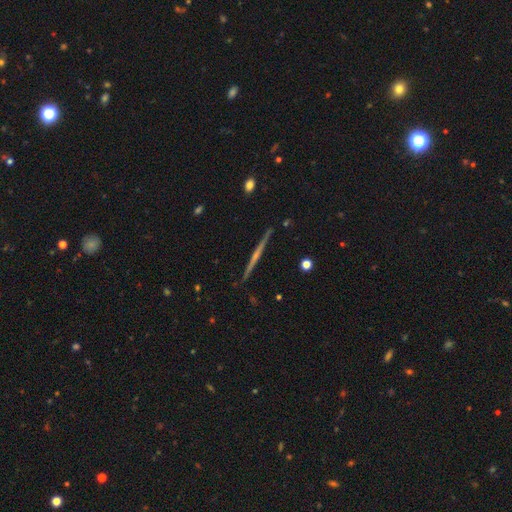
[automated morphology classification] Smooth or featured? featured or disk (76%)
Edge-on disk? yes (98%)
Edge-on bulge? rounded (46%, tied with none)
Merging? none (92%)